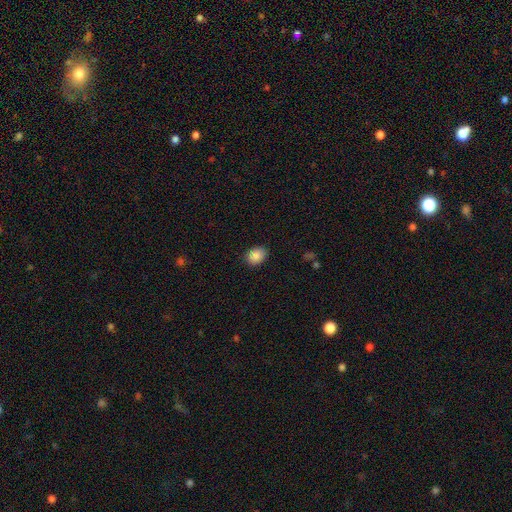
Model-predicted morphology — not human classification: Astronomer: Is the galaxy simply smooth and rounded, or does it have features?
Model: smooth — 88%.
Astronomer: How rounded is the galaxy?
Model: in between — 59% (runner-up: round, 40%).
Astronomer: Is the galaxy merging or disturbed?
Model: none — 86%.